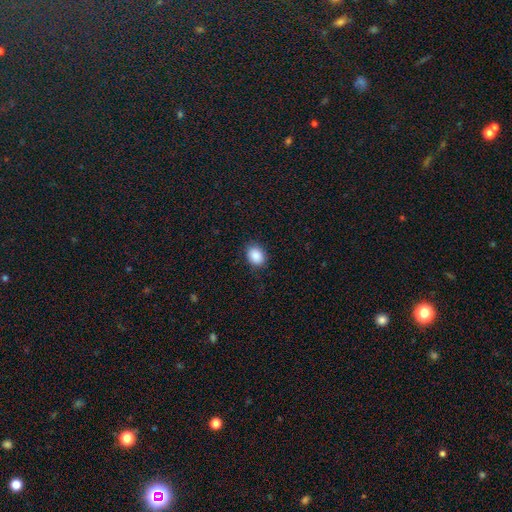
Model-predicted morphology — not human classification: smooth 88%, star or artifact 8%, featured or disk 4%. Down the decision tree: how rounded — in between (72%); merging — none (85%).